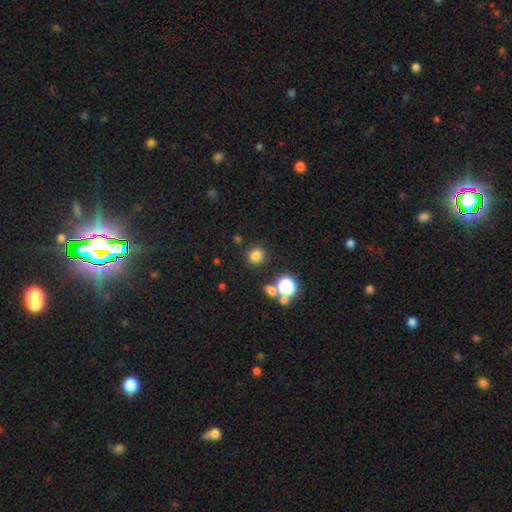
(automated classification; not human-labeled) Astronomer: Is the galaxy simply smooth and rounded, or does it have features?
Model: smooth — 77%.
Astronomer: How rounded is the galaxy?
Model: round — 89%.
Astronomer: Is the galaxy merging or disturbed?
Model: none — 84%.